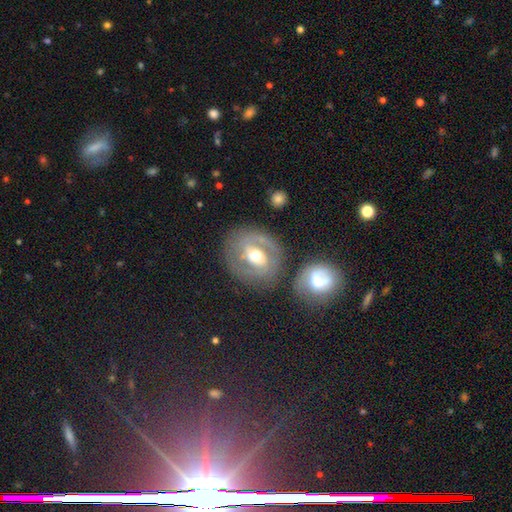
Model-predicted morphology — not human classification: A featured or disk galaxy (69%) with no bar (41%), spiral arms (68%) and a moderate central bulge (72%). Merging: none (69%).